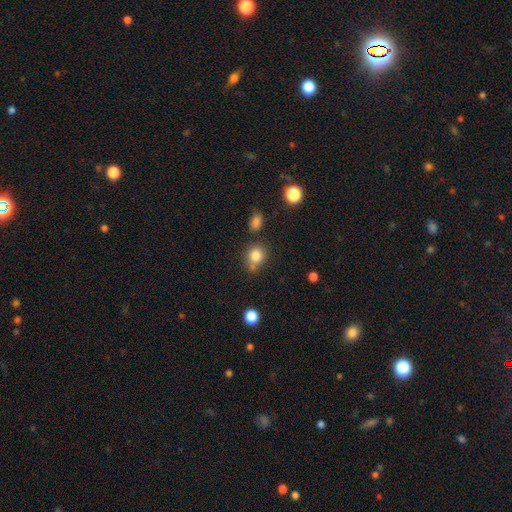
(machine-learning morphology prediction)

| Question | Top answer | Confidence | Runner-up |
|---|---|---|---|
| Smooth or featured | smooth | 82% | star or artifact (11%) |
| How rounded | round | 71% | in between (28%) |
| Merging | none | 61% | minor disturbance (18%) |